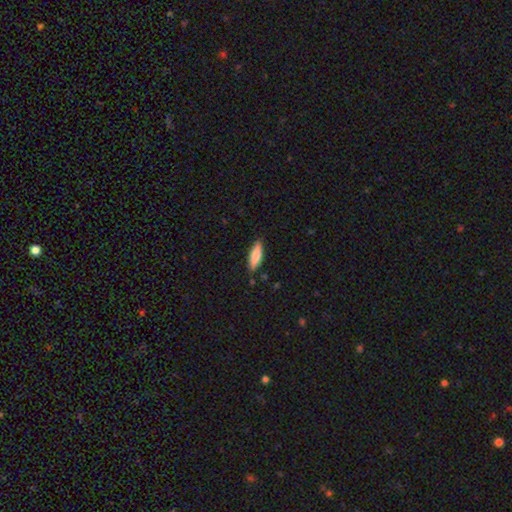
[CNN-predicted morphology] smooth 79%, featured or disk 15%, star or artifact 6%. Down the decision tree: how rounded — cigar-shaped (51%); merging — none (84%).